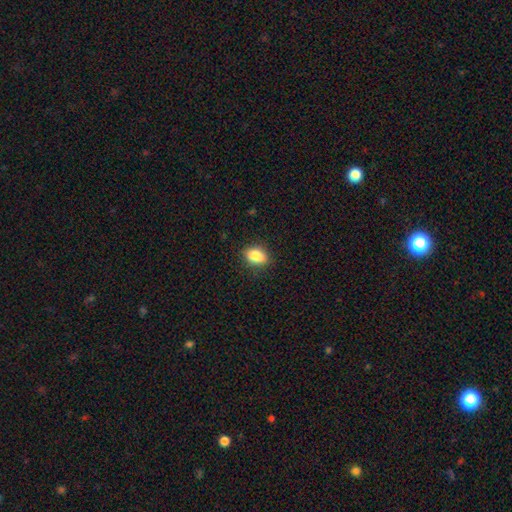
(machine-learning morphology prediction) smooth_or_featured: smooth (p=0.86) [alt: star or artifact p=0.09]
how_rounded: in between (p=0.81) [alt: round p=0.17]
merging: none (p=0.85) [alt: minor disturbance p=0.12]